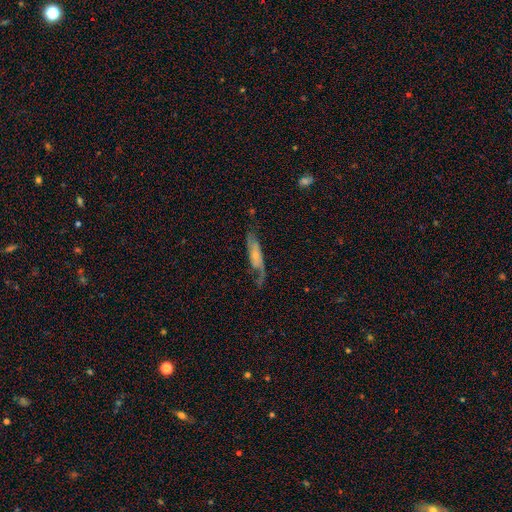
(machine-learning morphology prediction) smooth-or-featured: featured or disk: 68% | smooth: 26% | star or artifact: 7%
  disk-edge-on: no: 75% | yes: 25%
    bar: no: 65% | weak: 27% | strong: 8%
    has-spiral-arms: yes: 88% | no: 12%
    bulge-size: small: 59% | moderate: 31% | none: 6% | large: 3% | dominant: 1%
  merging: none: 56% | minor disturbance: 24% | major disturbance: 17% | merger: 2%